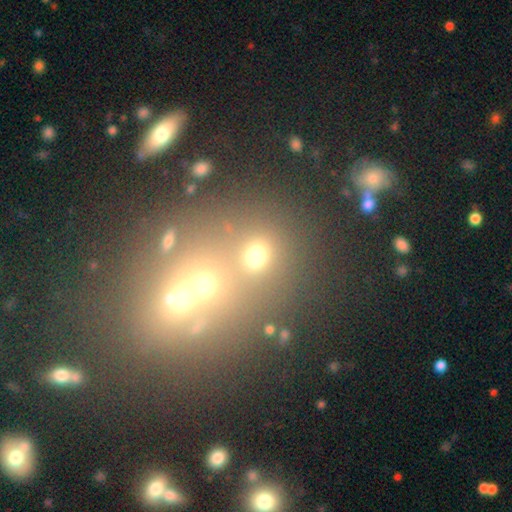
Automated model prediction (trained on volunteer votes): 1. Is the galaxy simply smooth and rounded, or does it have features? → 69% smooth, 22% star or artifact, 9% featured or disk.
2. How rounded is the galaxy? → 78% round, 21% in between, 1% cigar-shaped.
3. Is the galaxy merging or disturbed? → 49% none, 40% merger, 7% minor disturbance, 4% major disturbance.